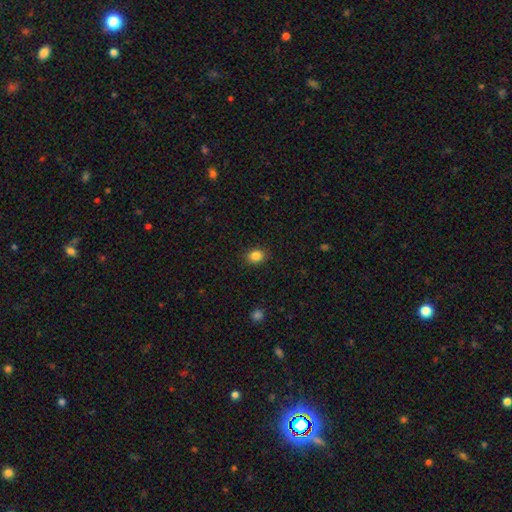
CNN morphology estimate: A smooth galaxy with no disk features (85%) that is in between round and cigar-shaped (50%). Merging: none (88%).